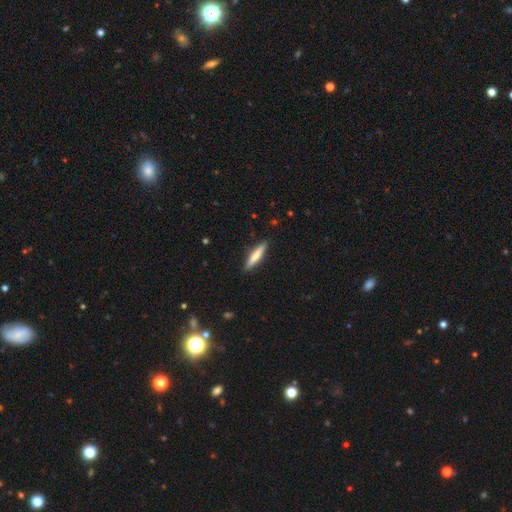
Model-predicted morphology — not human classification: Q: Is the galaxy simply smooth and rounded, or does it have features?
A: smooth — 67%.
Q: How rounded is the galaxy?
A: cigar-shaped — 85%.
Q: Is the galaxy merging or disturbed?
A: none — 90%.